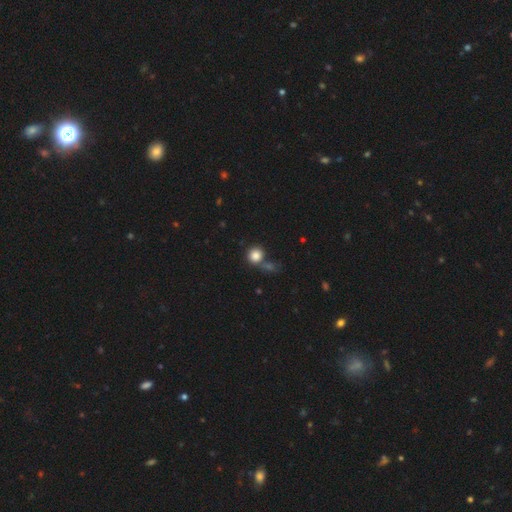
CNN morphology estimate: smooth-or-featured: smooth: 84% | star or artifact: 10% | featured or disk: 5%
  how-rounded: round: 89% | in between: 10% | cigar-shaped: 1%
  merging: none: 62% | merger: 22% | minor disturbance: 11% | major disturbance: 5%